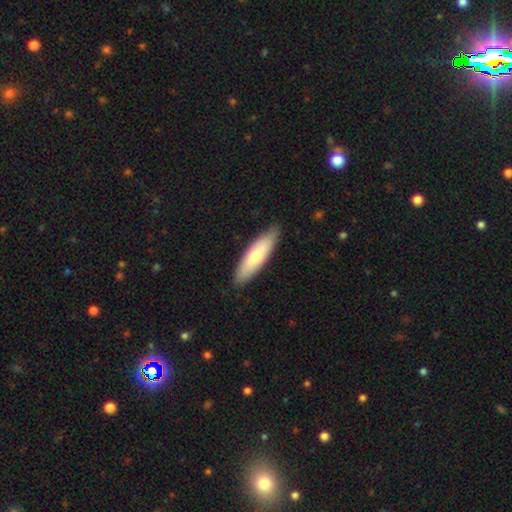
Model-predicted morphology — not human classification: type=smooth (66%); roundness=cigar-shaped (57%); merging=none (86%).